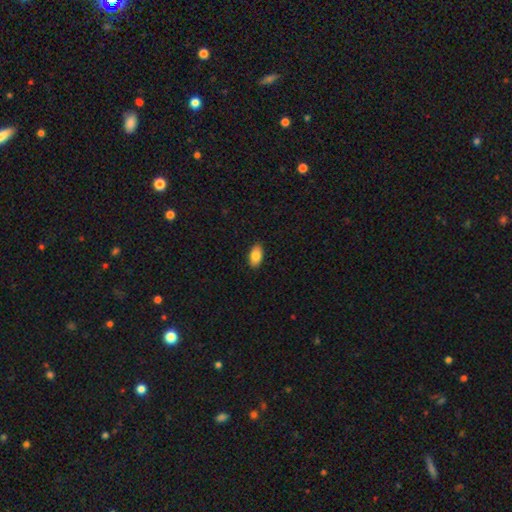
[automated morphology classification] Q: Smooth or featured?
A: smooth (85%); runner-up: featured or disk (8%)
Q: How rounded?
A: in between (93%); runner-up: round (4%)
Q: Merging?
A: none (89%); runner-up: minor disturbance (8%)